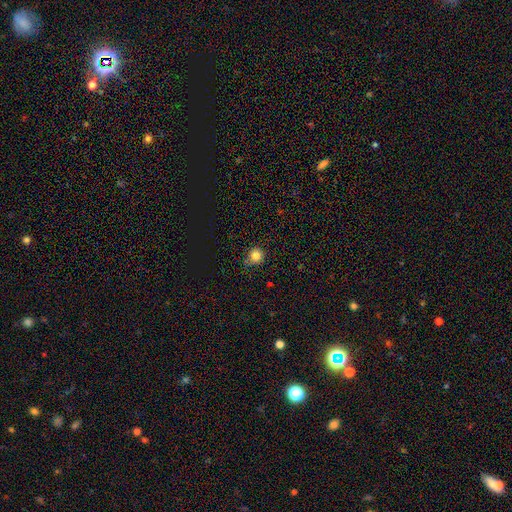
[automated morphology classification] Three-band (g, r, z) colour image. It shows a smooth galaxy with no disk features (83%) that is round (89%). Merging: none (75%).